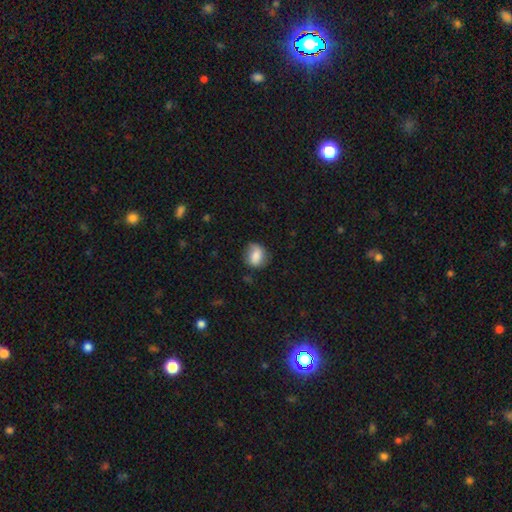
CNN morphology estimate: smooth-or-featured: smooth: 76% | featured or disk: 16% | star or artifact: 8%
  how-rounded: round: 53% | in between: 45% | cigar-shaped: 2%
  merging: none: 70% | minor disturbance: 22% | major disturbance: 7% | merger: 2%